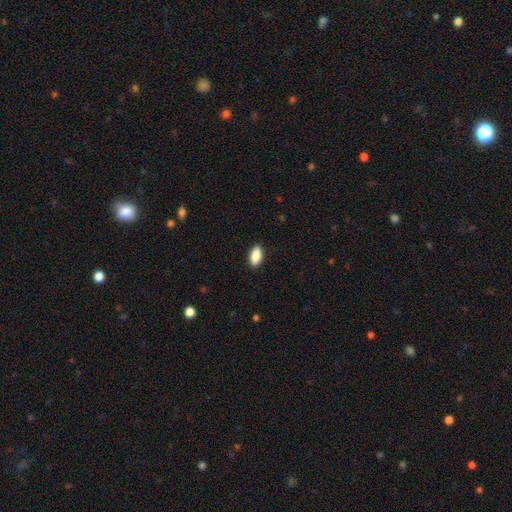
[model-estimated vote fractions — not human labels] Smooth or featured? smooth (89%)
How rounded? in between (90%)
Merging? none (90%)